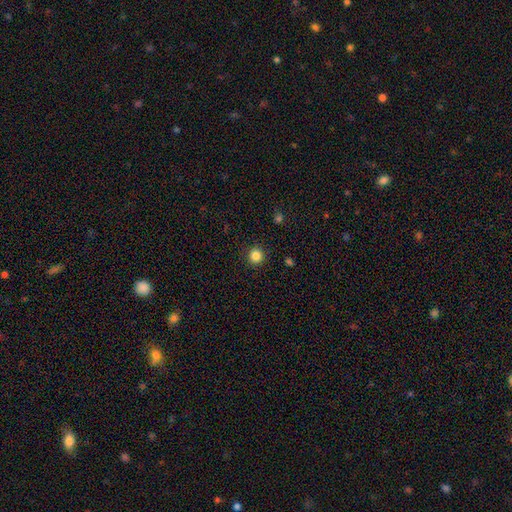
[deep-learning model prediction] Smooth or featured: smooth — 85% (star or artifact — 11%)
How rounded: round — 94% (in between — 5%)
Merging: none — 91% (minor disturbance — 6%)